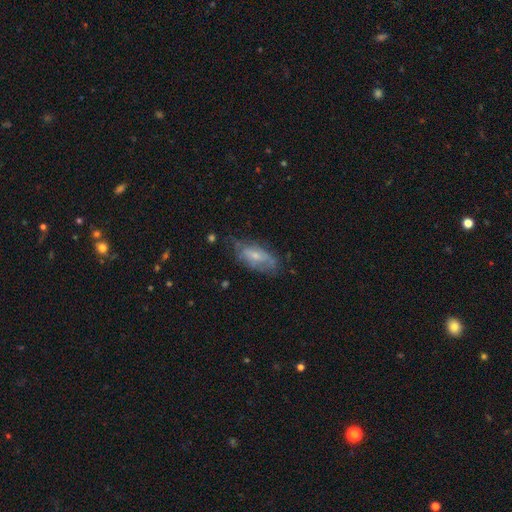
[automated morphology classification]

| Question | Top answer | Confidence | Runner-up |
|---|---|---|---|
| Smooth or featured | featured or disk | 48% | smooth (44%) |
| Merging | none | 56% | minor disturbance (28%) |